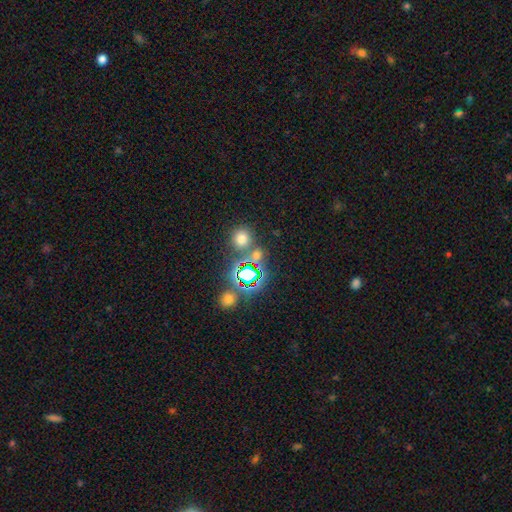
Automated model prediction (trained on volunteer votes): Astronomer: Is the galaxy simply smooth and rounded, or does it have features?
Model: smooth — 52% (runner-up: star or artifact, 41%).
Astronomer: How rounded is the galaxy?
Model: round — 79%.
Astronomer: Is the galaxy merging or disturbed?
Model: none — 71%.